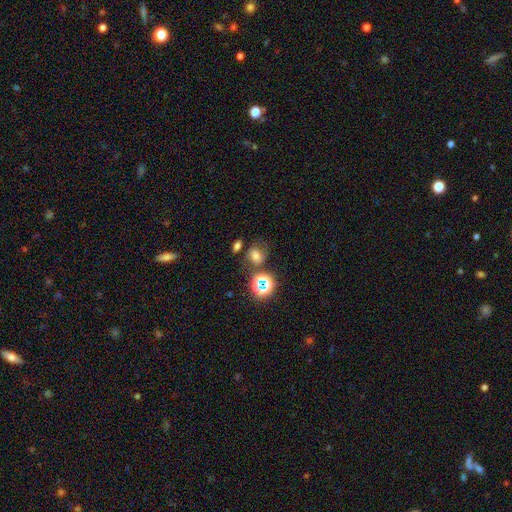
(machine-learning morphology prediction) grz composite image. It shows a smooth galaxy with no disk features (54%) that is round (58%). Merging: none (52%).